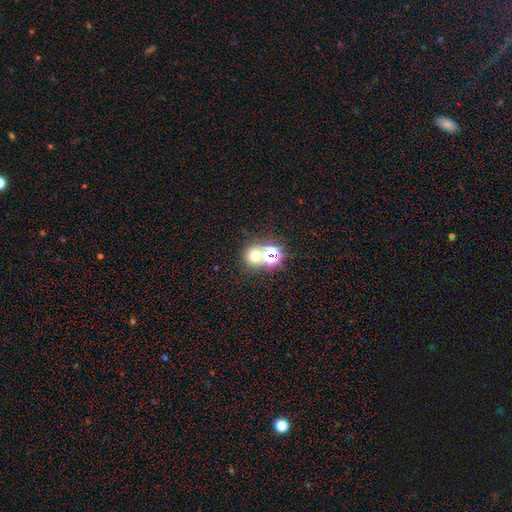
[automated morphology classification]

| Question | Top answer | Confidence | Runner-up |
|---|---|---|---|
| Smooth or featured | smooth | 59% | star or artifact (32%) |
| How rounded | round | 86% | in between (13%) |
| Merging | none | 61% | merger (29%) |